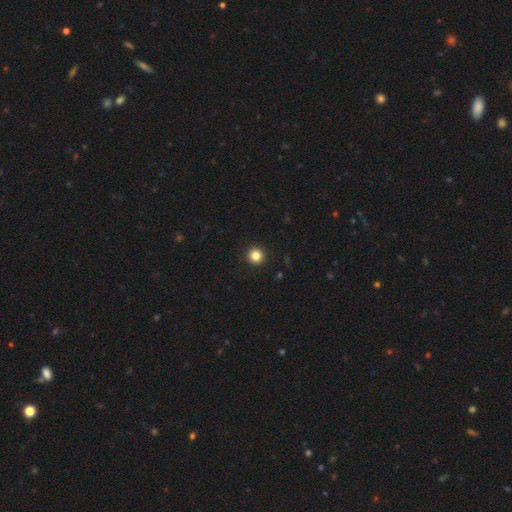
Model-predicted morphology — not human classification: smooth_or_featured: smooth (p=0.84) [alt: star or artifact p=0.11]
how_rounded: round (p=0.96) [alt: in between p=0.03]
merging: none (p=0.94) [alt: minor disturbance p=0.04]